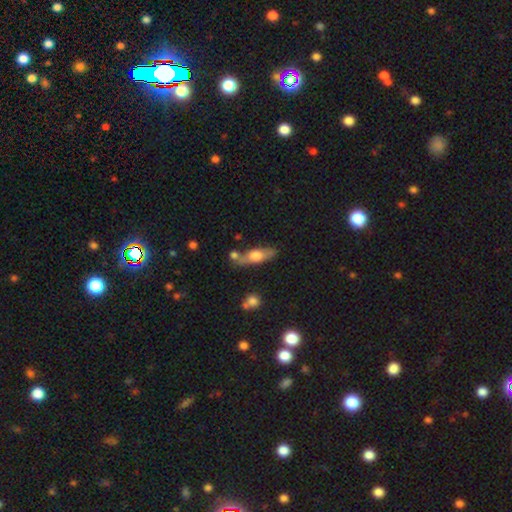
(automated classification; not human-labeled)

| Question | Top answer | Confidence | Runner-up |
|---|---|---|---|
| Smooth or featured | smooth | 51% | featured or disk (42%) |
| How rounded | cigar-shaped | 48% | in between (47%) |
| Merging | none | 66% | minor disturbance (16%) |